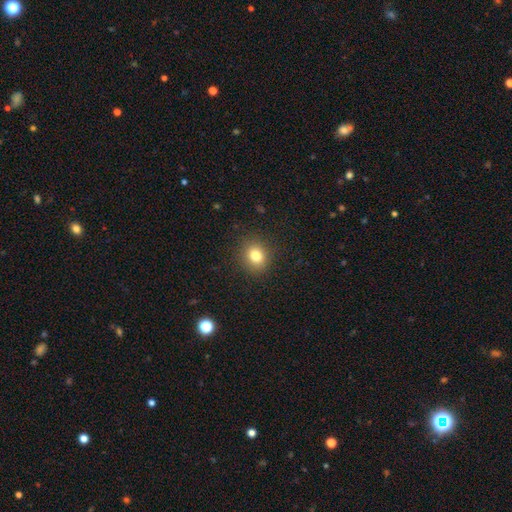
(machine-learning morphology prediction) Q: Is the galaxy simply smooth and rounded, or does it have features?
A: smooth — 80%.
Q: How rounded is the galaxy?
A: round — 69%.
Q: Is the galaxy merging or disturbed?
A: none — 88%.